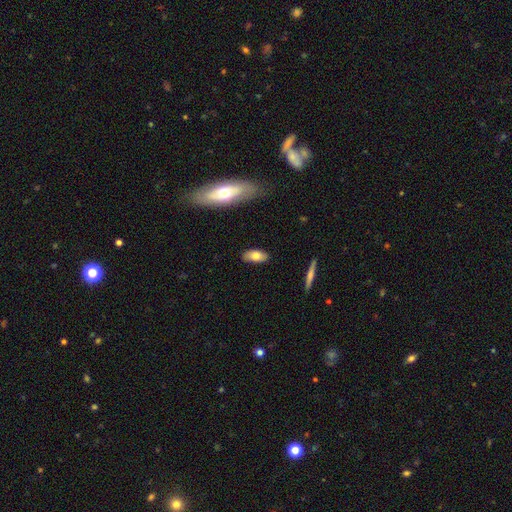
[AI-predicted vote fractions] smooth-or-featured: smooth: 77% | featured or disk: 17% | star or artifact: 7%
  how-rounded: in between: 87% | cigar-shaped: 10% | round: 3%
  merging: none: 85% | minor disturbance: 11% | major disturbance: 2% | merger: 1%